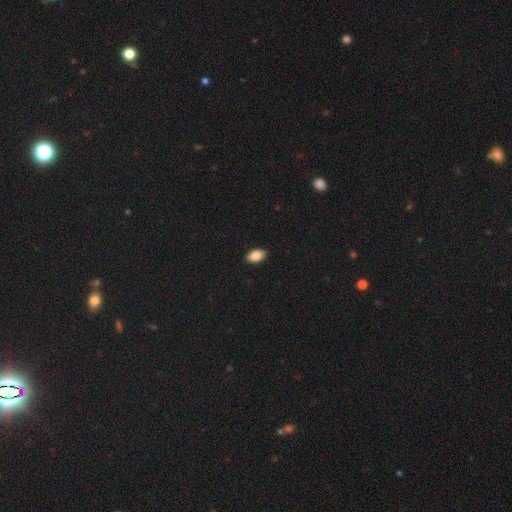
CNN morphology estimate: The model was most divided on "smooth or featured": smooth: 87%, star or artifact: 7%, featured or disk: 6%. More confident: how rounded — in between (93%); merging — none (90%).